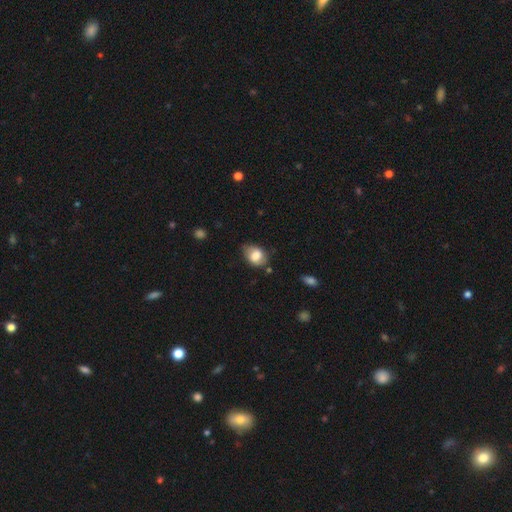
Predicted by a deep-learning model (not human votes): A smooth galaxy with no disk features (76%) that is in between round and cigar-shaped (64%).

Vote fractions:
- Smooth or featured? smooth: 76% / featured or disk: 16% / star or artifact: 8%
- How rounded? in between: 64% / round: 35% / cigar-shaped: 1%
- Merging? none: 59% / minor disturbance: 31% / major disturbance: 7% / merger: 3%